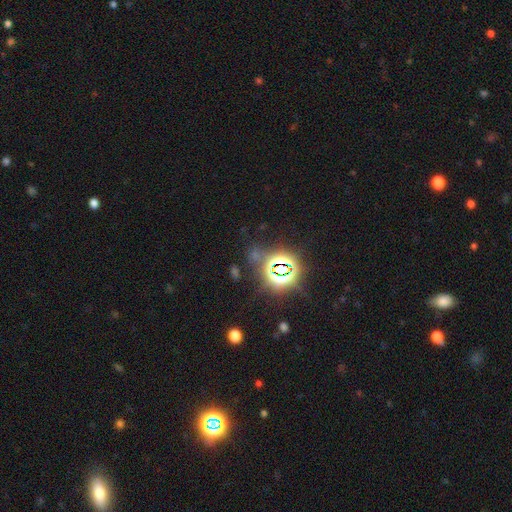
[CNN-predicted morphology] Overall: star or artifact (78%).